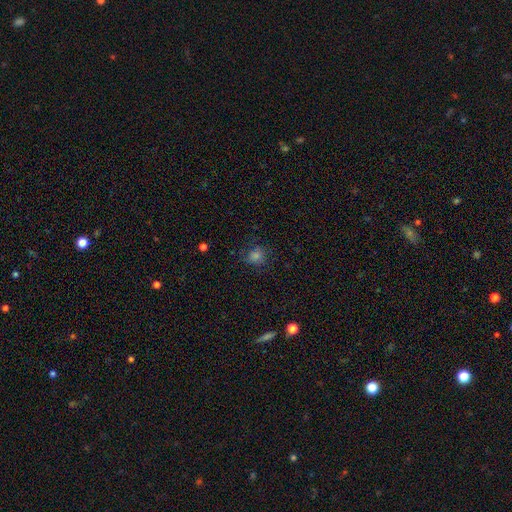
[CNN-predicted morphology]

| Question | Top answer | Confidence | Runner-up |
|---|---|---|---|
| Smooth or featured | smooth | 61% | star or artifact (25%) |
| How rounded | round | 80% | in between (19%) |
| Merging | none | 73% | minor disturbance (17%) |